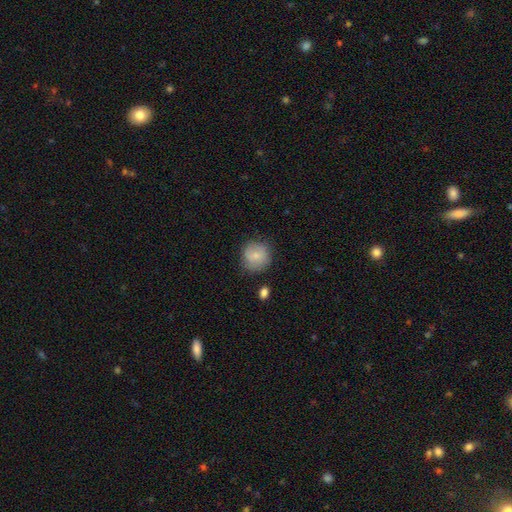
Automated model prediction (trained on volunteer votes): A smooth galaxy with no disk features (76%) that is round (90%).

Vote fractions:
- Smooth or featured? smooth: 76% / featured or disk: 17% / star or artifact: 7%
- How rounded? round: 90% / in between: 10% / cigar-shaped: 1%
- Merging? none: 76% / minor disturbance: 17% / major disturbance: 5% / merger: 2%